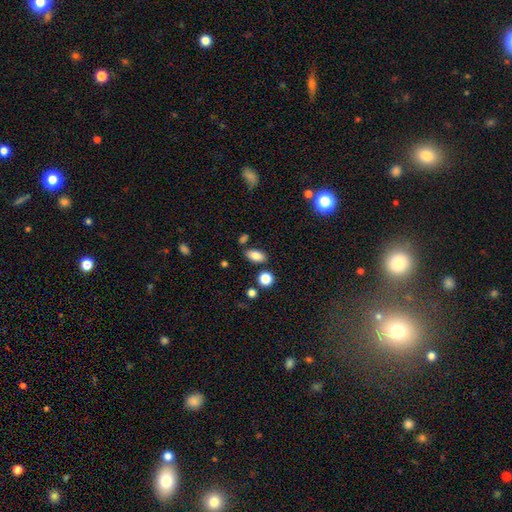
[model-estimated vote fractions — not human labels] Smooth or featured? smooth (83%)
How rounded? in between (88%)
Merging? none (80%)